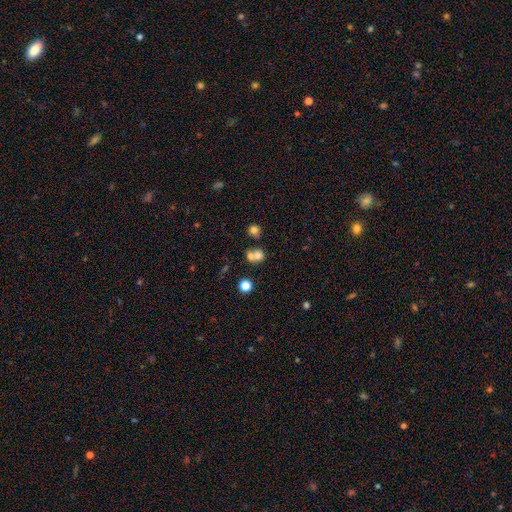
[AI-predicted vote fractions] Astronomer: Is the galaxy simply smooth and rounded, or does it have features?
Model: smooth — 71%.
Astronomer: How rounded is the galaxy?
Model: round — 74%.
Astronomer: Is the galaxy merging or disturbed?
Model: merger — 51% (runner-up: none, 37%).